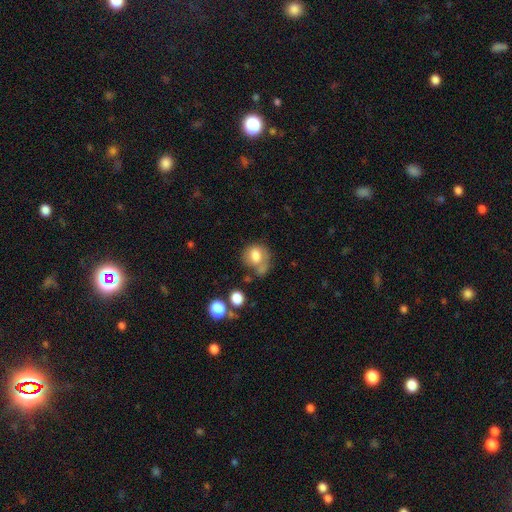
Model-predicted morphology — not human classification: The model was most divided on "merging": none: 39%, minor disturbance: 24%, merger: 20%, major disturbance: 18%. More confident: smooth or featured — smooth (73%); how rounded — round (62%).